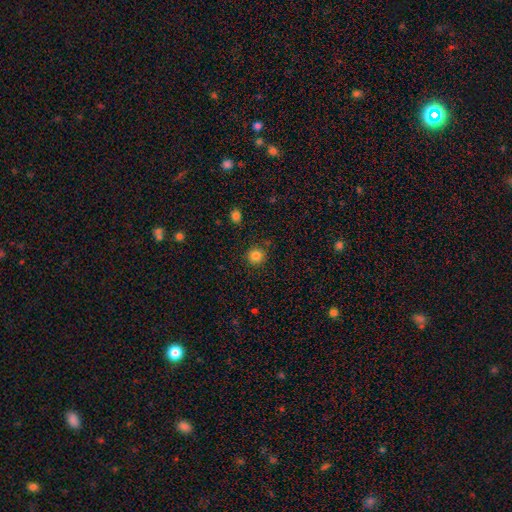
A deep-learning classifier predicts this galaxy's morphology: This is clearly a smooth galaxy (84%). How rounded: clearly round (93%). Merging: clearly none (87%).